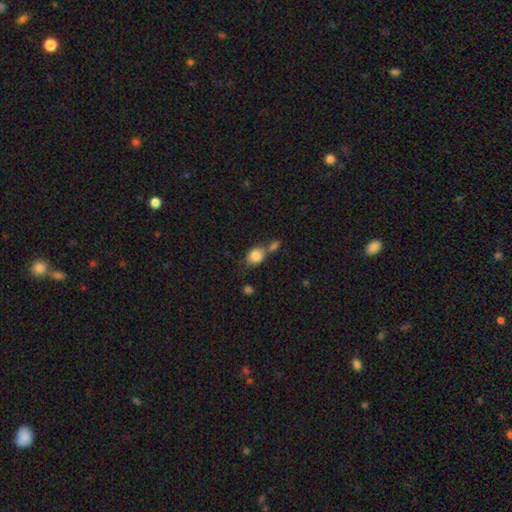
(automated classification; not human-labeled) Q: Smooth or featured?
A: smooth (85%); runner-up: star or artifact (9%)
Q: How rounded?
A: in between (50%); runner-up: round (49%)
Q: Merging?
A: merger (42%); runner-up: none (37%)